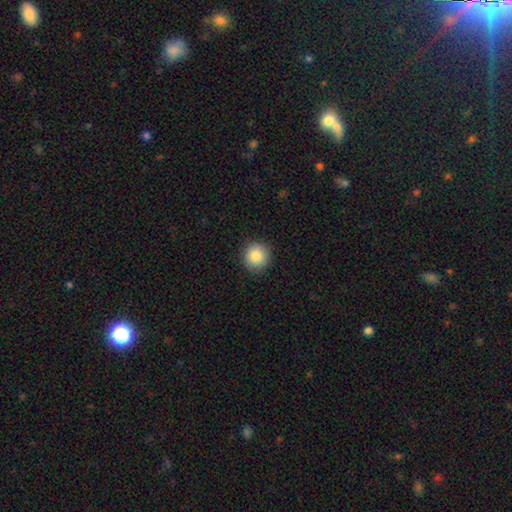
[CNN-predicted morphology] The model was most divided on "smooth or featured": smooth: 87%, star or artifact: 9%, featured or disk: 5%. More confident: how rounded — round (94%); merging — none (89%).